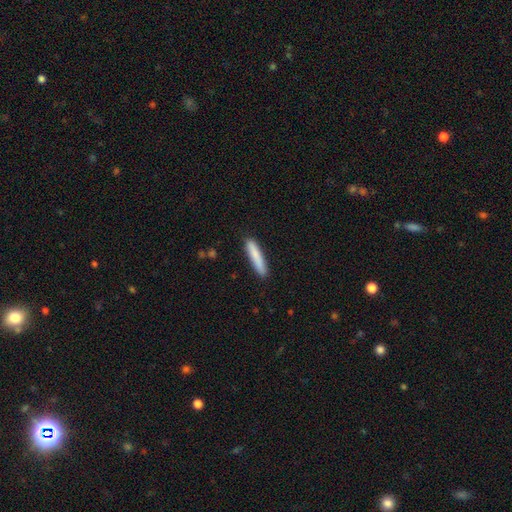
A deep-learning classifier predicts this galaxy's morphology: Smooth or featured: smooth — 84% (featured or disk — 10%)
How rounded: cigar-shaped — 90% (in between — 9%)
Merging: none — 89% (minor disturbance — 8%)